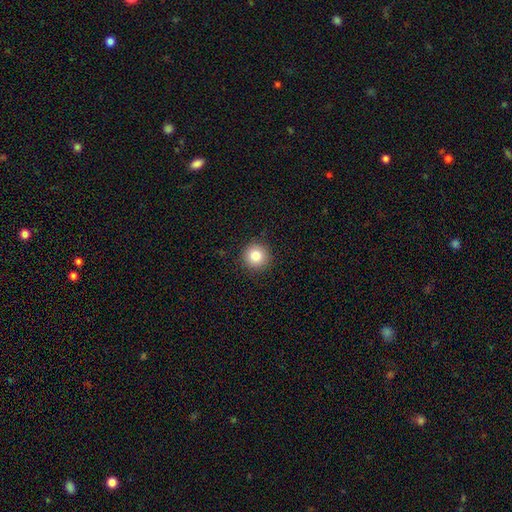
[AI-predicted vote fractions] smooth_or_featured: smooth (p=0.83) [alt: star or artifact p=0.10]
how_rounded: round (p=0.94) [alt: in between p=0.05]
merging: none (p=0.91) [alt: minor disturbance p=0.07]